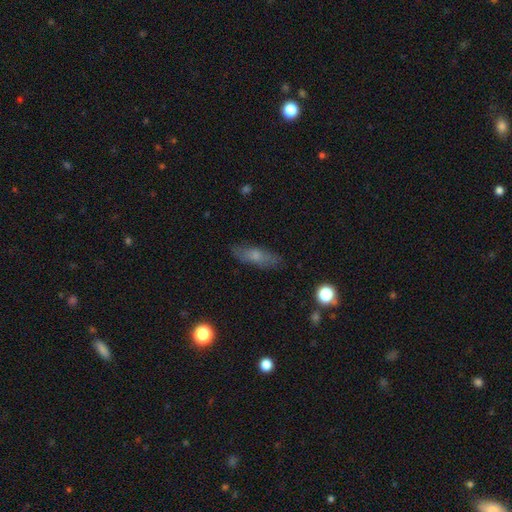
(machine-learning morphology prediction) Smooth or featured? smooth (60%)
How rounded? in between (49%)
Merging? none (81%)